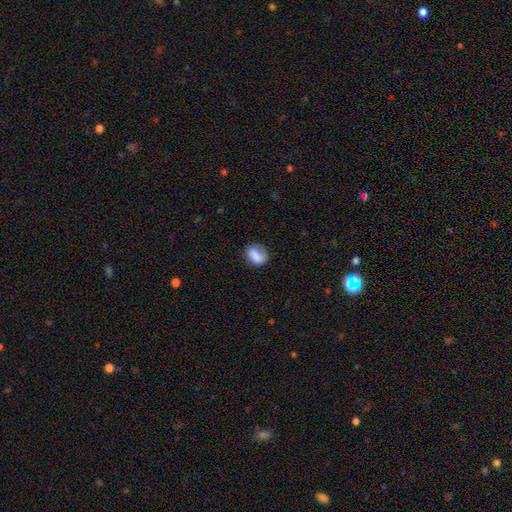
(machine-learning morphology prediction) Smooth or featured? smooth (80%)
How rounded? in between (64%)
Merging? none (61%)